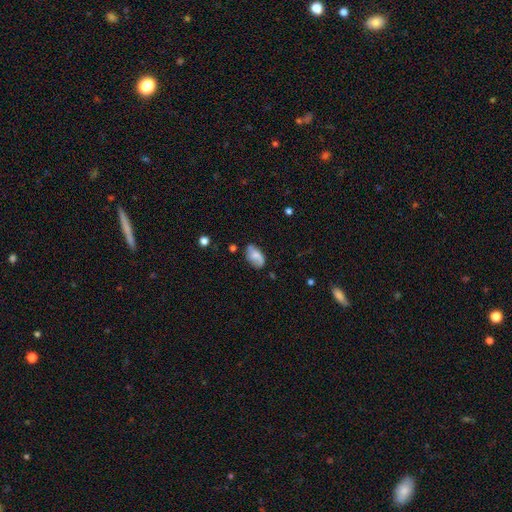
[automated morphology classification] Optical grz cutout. It shows a smooth galaxy with no disk features (58%) that is in between round and cigar-shaped (91%). Merging: none (61%).